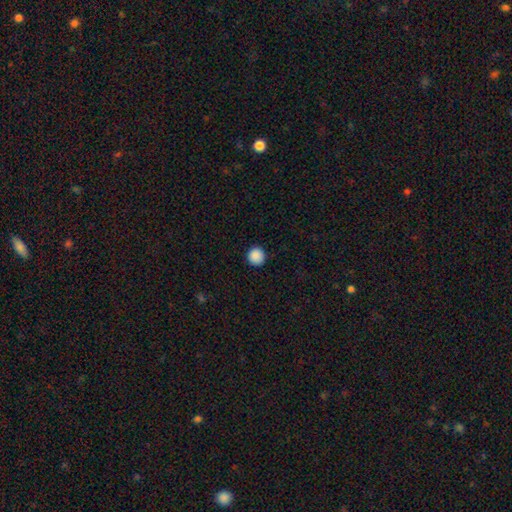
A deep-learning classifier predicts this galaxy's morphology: This appears to be a smooth galaxy with no disk features (89%) that is round (94%). Merging: none (92%).